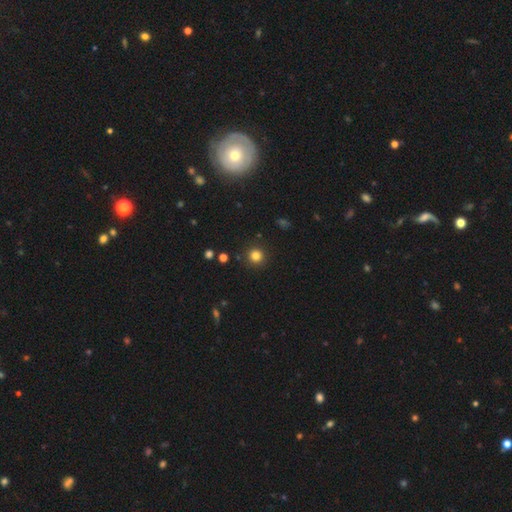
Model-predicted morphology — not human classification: Smooth or featured?
  - smooth: 82% *
  - star or artifact: 14%
  - featured or disk: 5%
How rounded?
  - round: 94% *
  - in between: 5%
  - cigar-shaped: 1%
Merging?
  - none: 91% *
  - minor disturbance: 5%
  - major disturbance: 2%
  - merger: 2%